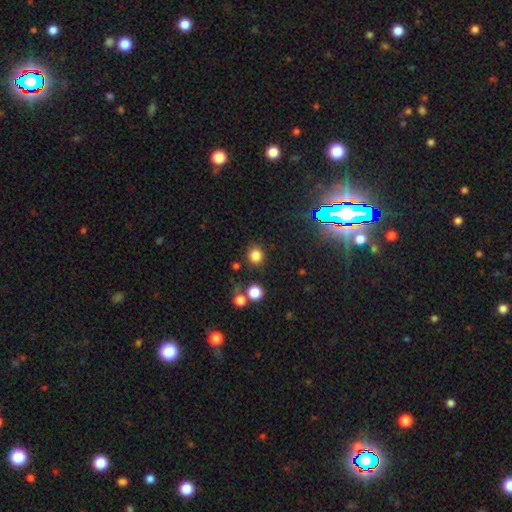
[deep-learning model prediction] Morphology: type=smooth (81%); roundness=round (86%); merging=none (83%).